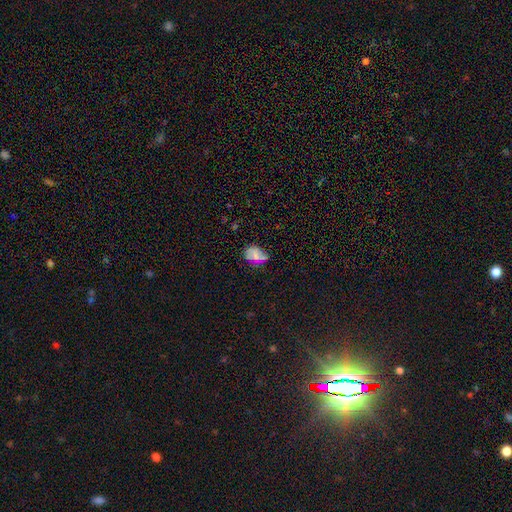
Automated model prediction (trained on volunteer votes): smooth-or-featured: smooth: 59% | star or artifact: 25% | featured or disk: 16%
  how-rounded: in between: 58% | round: 40% | cigar-shaped: 2%
  merging: none: 63% | minor disturbance: 22% | major disturbance: 9% | merger: 6%